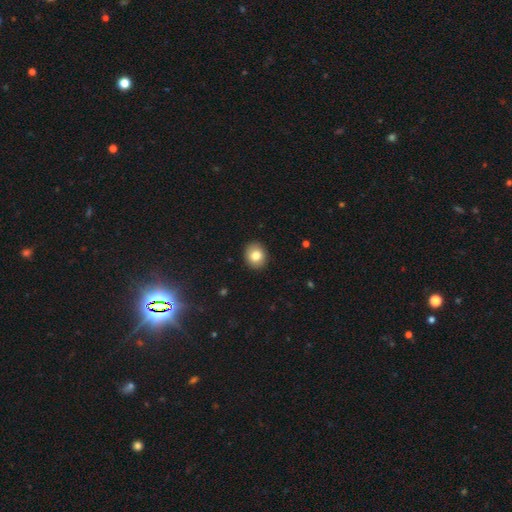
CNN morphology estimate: Smooth or featured? Predicted: smooth (p=0.81). How rounded? Predicted: round (p=0.69). Merging? Predicted: none (p=0.91).